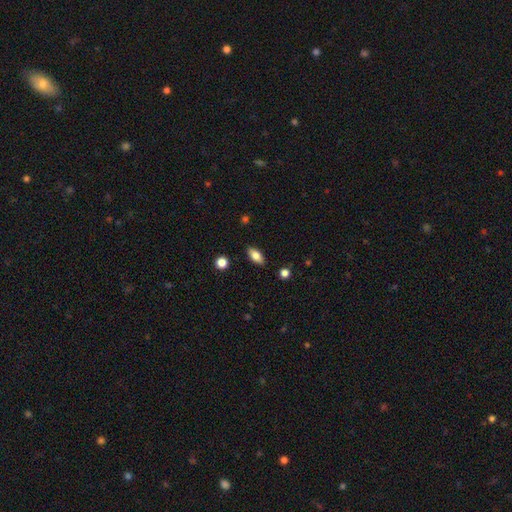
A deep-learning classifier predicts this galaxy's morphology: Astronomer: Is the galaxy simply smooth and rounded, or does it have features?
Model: smooth — 80%.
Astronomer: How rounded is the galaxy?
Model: in between — 87%.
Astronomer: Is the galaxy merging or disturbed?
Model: none — 87%.